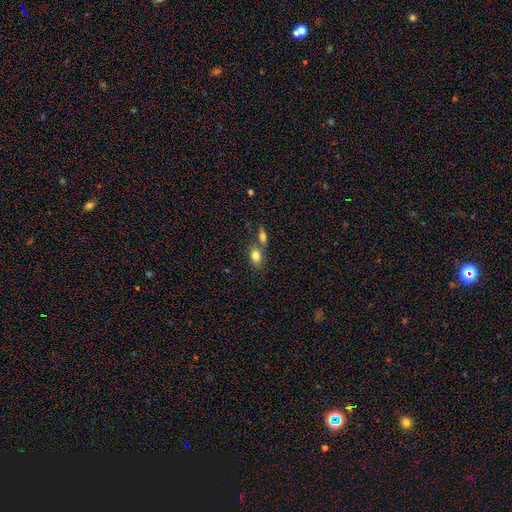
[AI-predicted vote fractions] The model was most divided on "merging": none: 51%, merger: 35%, minor disturbance: 11%, major disturbance: 3%. More confident: how rounded — in between (82%); smooth or featured — smooth (81%).